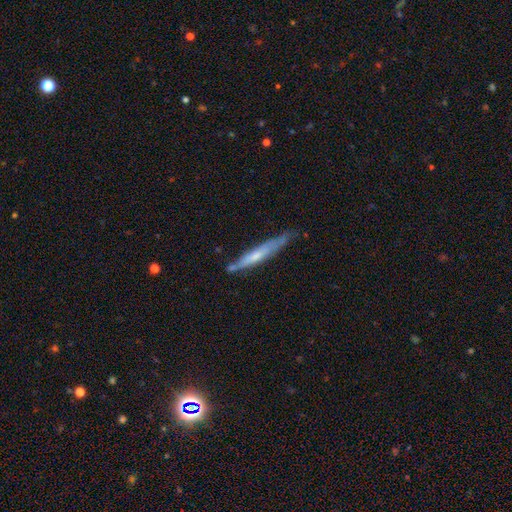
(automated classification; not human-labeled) This appears to be a featured or disk galaxy (52%) viewed edge-on (87%). Merging: none (66%).